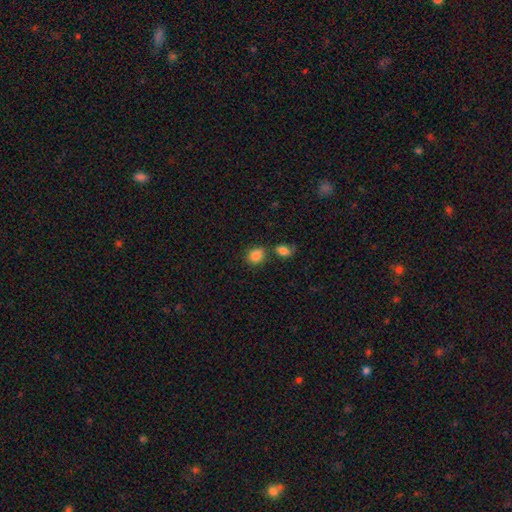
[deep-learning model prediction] A smooth galaxy with no disk features (85%) that is round (60%). Merging: none (65%).